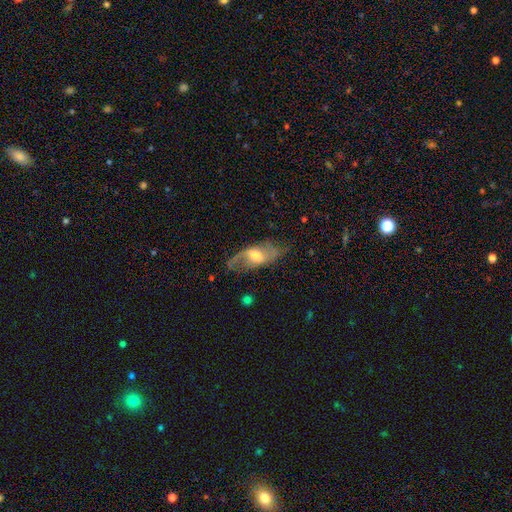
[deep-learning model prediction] Morphology: type=featured or disk (67%); edge-on=no (85%); bar=weak (43%); spiral arms=yes (83%); bulge=moderate (63%); merging=none (65%).